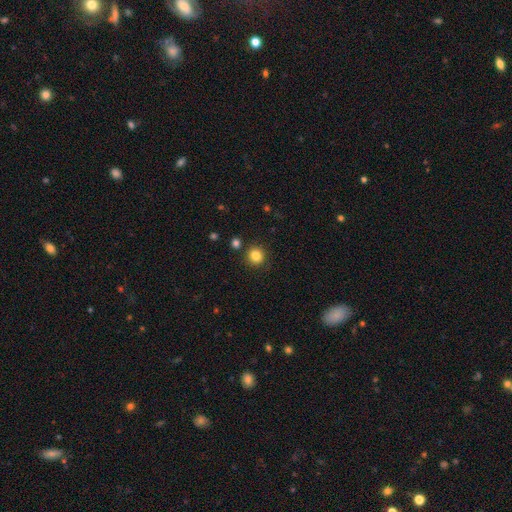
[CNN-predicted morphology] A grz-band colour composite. It shows a smooth galaxy with no disk features (83%) that is round (90%). Merging: none (87%).